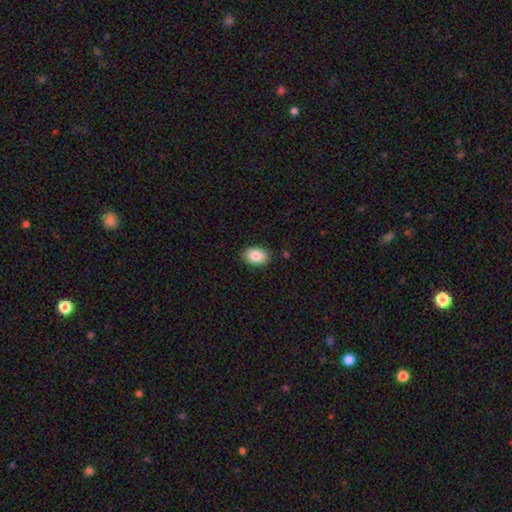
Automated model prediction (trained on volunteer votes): Morphology: type=smooth (86%); roundness=in between (85%); merging=none (87%).